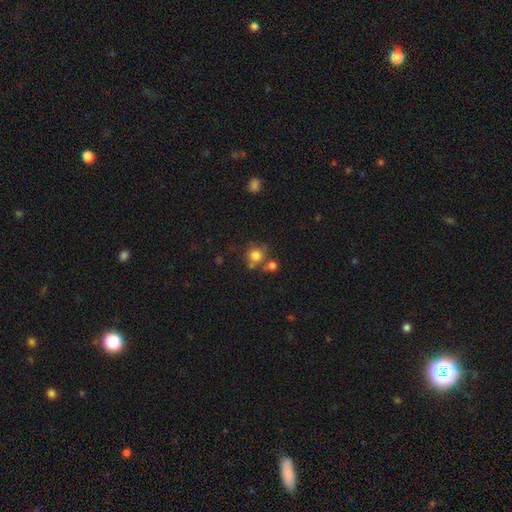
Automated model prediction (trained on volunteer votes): Morphology: type=smooth (78%); roundness=round (88%); merging=none (58%).